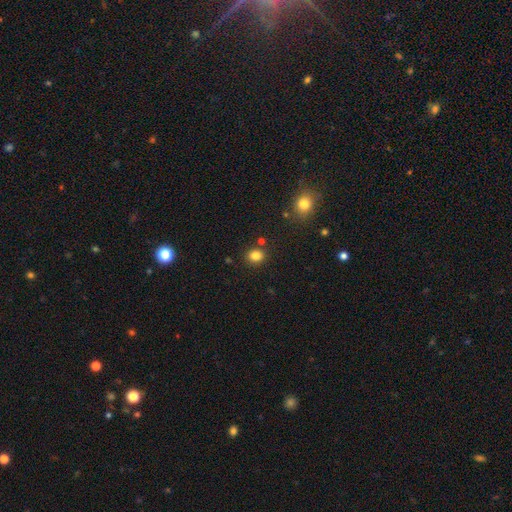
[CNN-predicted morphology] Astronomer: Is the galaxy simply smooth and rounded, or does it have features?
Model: smooth — 82%.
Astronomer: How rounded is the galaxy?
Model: round — 68%.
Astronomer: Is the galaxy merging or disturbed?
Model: none — 84%.